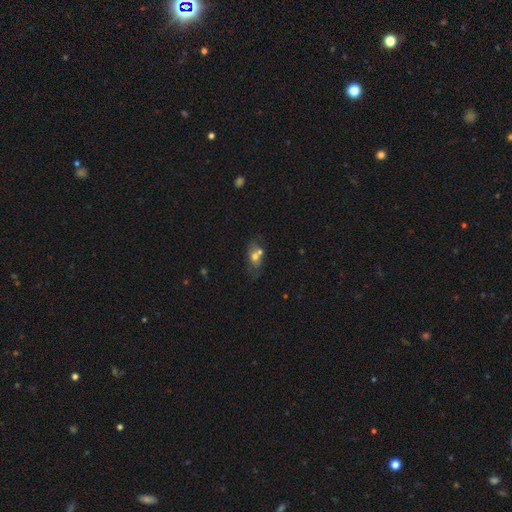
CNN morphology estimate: This appears to be a smooth galaxy with no disk features (59%) that is in between round and cigar-shaped (68%). Merging: none (41%).